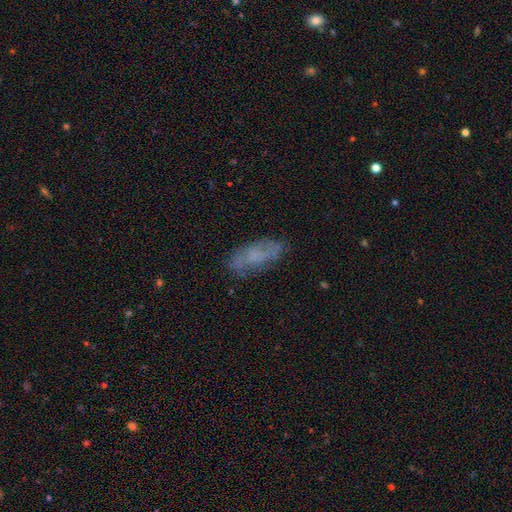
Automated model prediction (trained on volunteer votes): smooth_or_featured: smooth (p=0.49) [alt: featured or disk p=0.40]
merging: none (p=0.71) [alt: minor disturbance p=0.20]